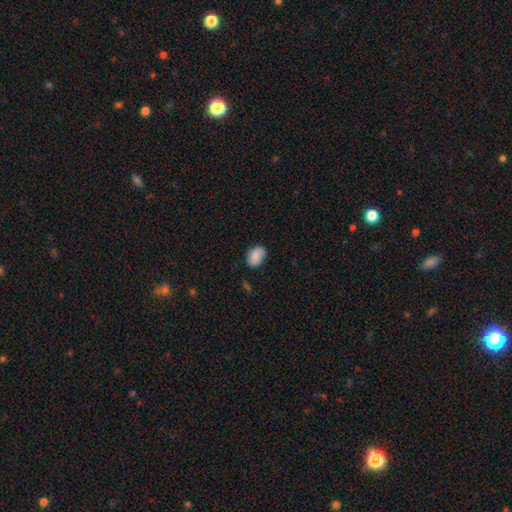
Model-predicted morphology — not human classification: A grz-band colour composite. It shows a smooth galaxy with no disk features (85%) that is in between round and cigar-shaped (78%). Merging: none (73%).